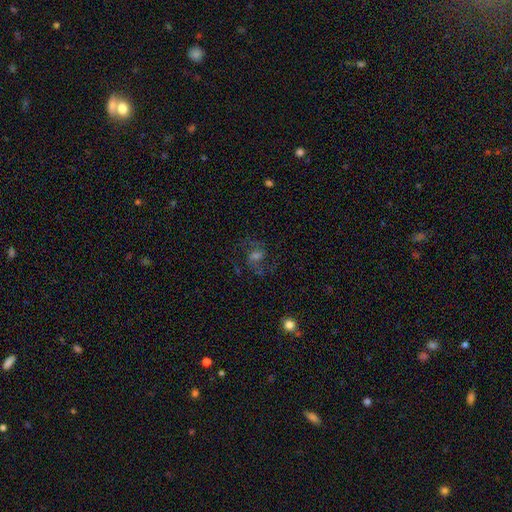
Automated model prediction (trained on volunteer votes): The model was most divided on "spiral winding": medium: 49%, loose: 41%, tight: 10%. Remaining: edge-on disk — no (97%); spiral arms — yes (92%); spiral arm count — 2 (88%); merging — none (71%); smooth or featured — featured or disk (68%); bar — weak (53%); bulge size — moderate (39%).